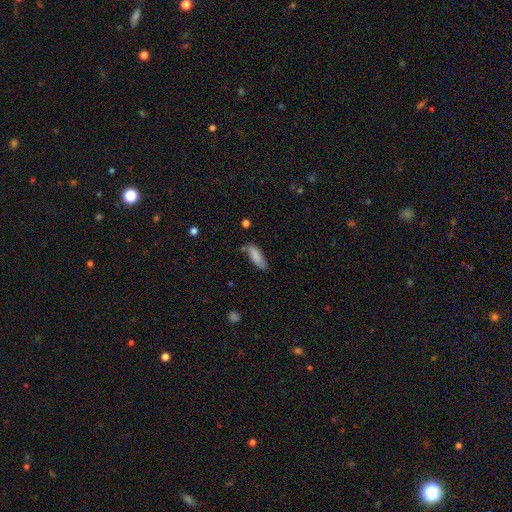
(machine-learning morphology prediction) Q: Smooth or featured?
A: smooth (84%); runner-up: featured or disk (9%)
Q: How rounded?
A: in between (63%); runner-up: cigar-shaped (35%)
Q: Merging?
A: none (68%); runner-up: minor disturbance (23%)